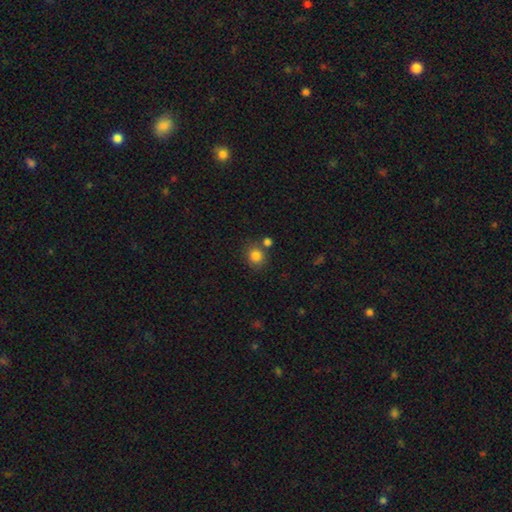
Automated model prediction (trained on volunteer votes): Smooth or featured? smooth (83%)
How rounded? round (82%)
Merging? none (71%)